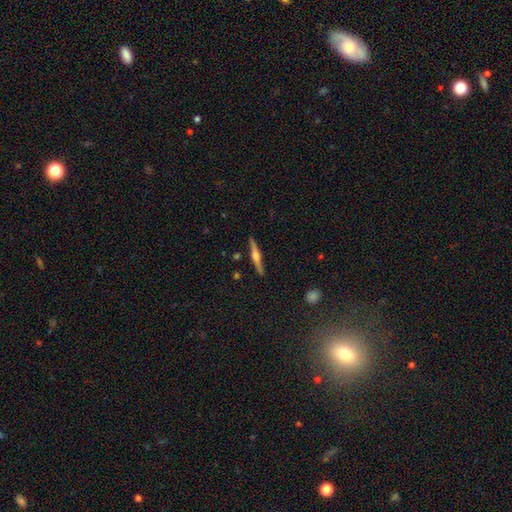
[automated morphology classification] Q: Smooth or featured?
A: featured or disk (72%); runner-up: smooth (23%)
Q: Edge-on disk?
A: yes (98%); runner-up: no (2%)
Q: Edge-on bulge?
A: rounded (88%); runner-up: boxy (7%)
Q: Merging?
A: none (89%); runner-up: minor disturbance (8%)